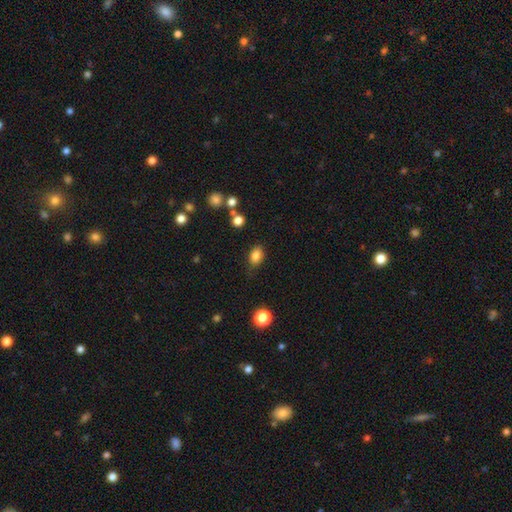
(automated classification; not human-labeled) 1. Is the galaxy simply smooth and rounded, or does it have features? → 84% smooth, 11% star or artifact, 6% featured or disk.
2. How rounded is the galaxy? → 77% in between, 22% round, 1% cigar-shaped.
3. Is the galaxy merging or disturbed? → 77% none, 17% minor disturbance, 4% major disturbance, 2% merger.